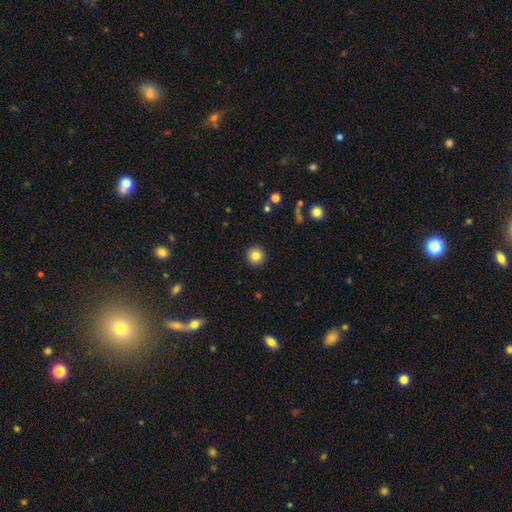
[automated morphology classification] Smooth or featured?
  - smooth: 83% *
  - star or artifact: 10%
  - featured or disk: 8%
How rounded?
  - round: 95% *
  - in between: 4%
  - cigar-shaped: 1%
Merging?
  - none: 92% *
  - minor disturbance: 5%
  - major disturbance: 2%
  - merger: 1%